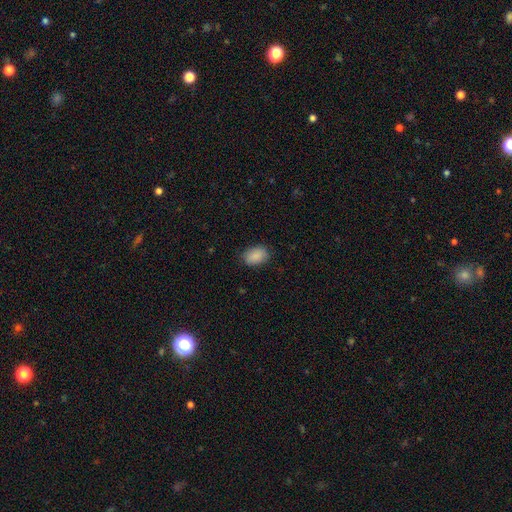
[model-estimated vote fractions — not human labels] Overall: smooth (89%). How rounded: in between (85%). Merging: none (83%).